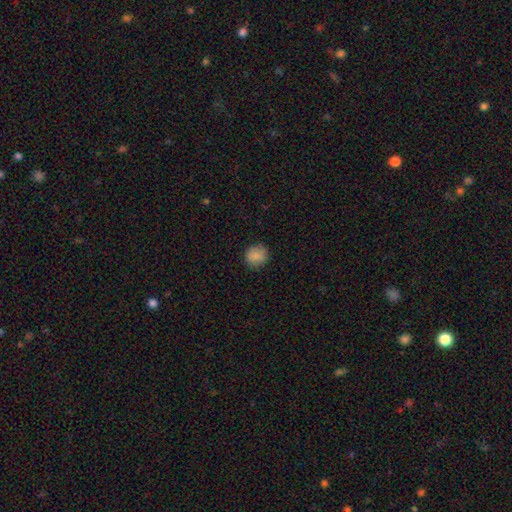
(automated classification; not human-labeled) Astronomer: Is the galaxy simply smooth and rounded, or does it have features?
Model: smooth — 85%.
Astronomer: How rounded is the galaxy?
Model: round — 82%.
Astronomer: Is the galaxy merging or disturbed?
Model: none — 84%.